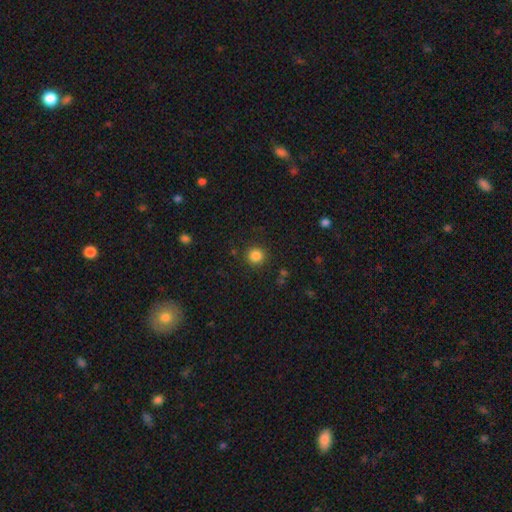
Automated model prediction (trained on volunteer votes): Smooth or featured: smooth — 84% (star or artifact — 12%)
How rounded: round — 93% (in between — 7%)
Merging: none — 89% (minor disturbance — 7%)